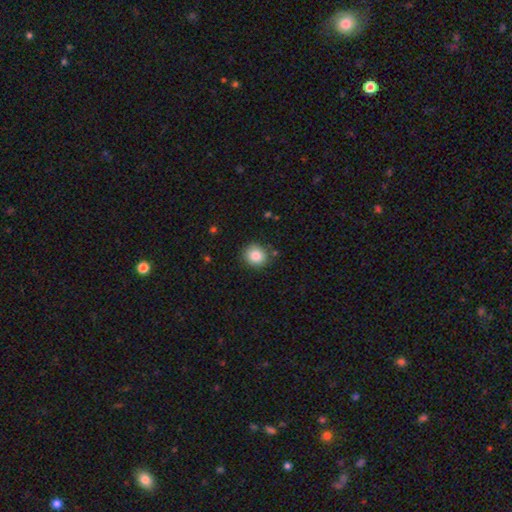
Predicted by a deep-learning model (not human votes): Overall: smooth (84%). How rounded: round (84%). Merging: none (86%).